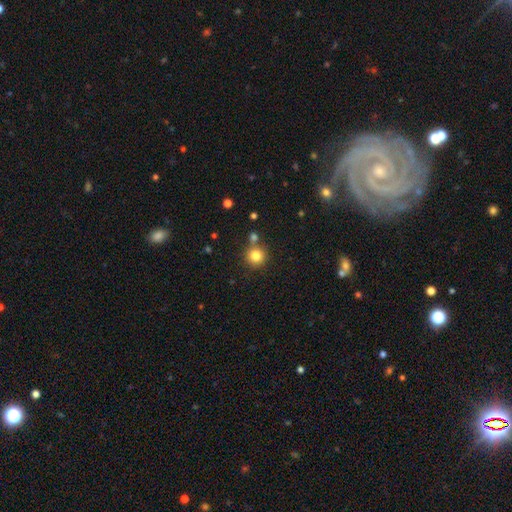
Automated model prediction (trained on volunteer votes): smooth_or_featured: smooth (p=0.81) [alt: star or artifact p=0.12]
how_rounded: round (p=0.94) [alt: in between p=0.05]
merging: none (p=0.76) [alt: merger p=0.14]